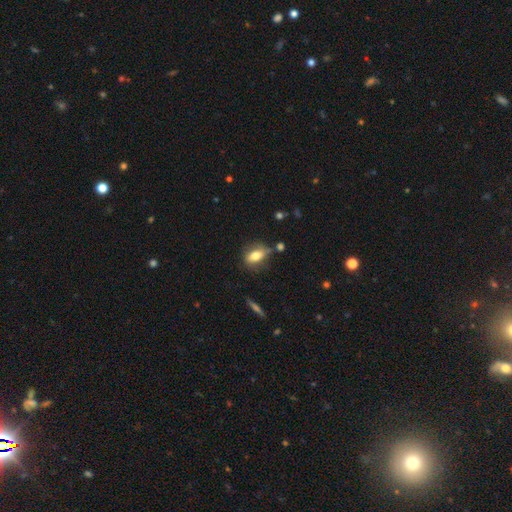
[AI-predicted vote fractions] This appears to be a smooth galaxy with no disk features (65%) that is in between round and cigar-shaped (76%). Merging: none (60%).